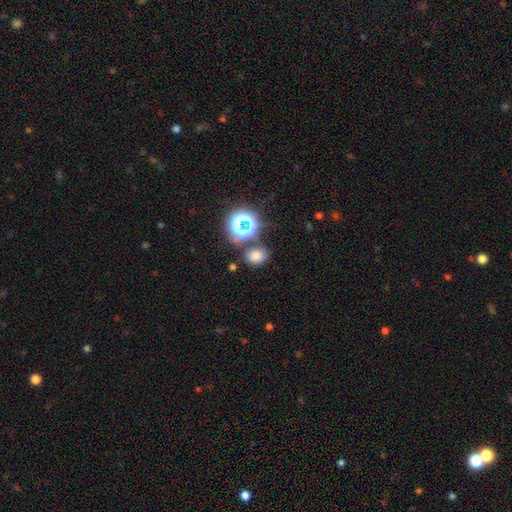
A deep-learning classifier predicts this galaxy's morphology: This appears to be a smooth galaxy with no disk features (71%) that is round (54%). Merging: none (72%).